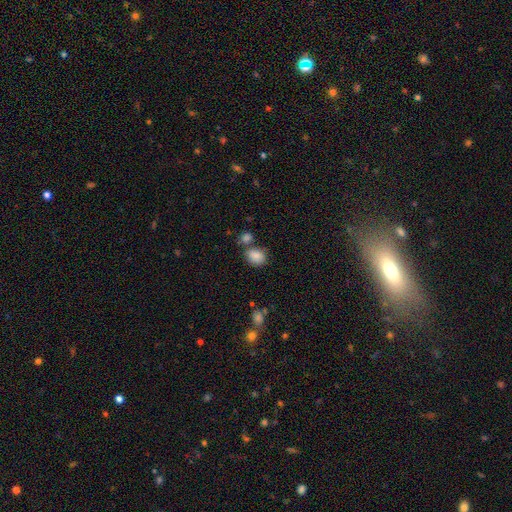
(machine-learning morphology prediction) Smooth or featured: smooth — 85% (star or artifact — 9%)
How rounded: in between — 57% (round — 42%)
Merging: none — 55% (merger — 24%)